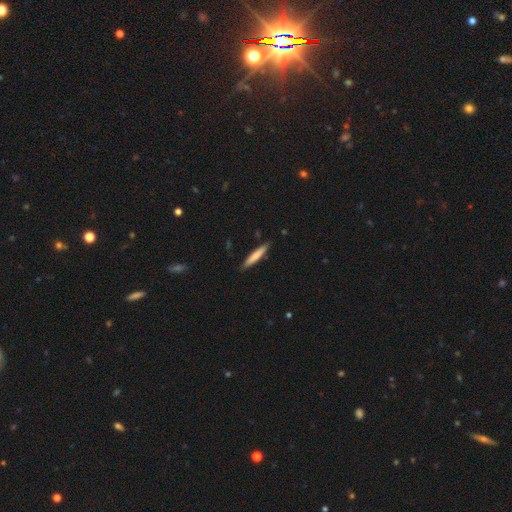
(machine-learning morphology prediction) Smooth or featured?
  - smooth: 73% *
  - featured or disk: 22%
  - star or artifact: 5%
How rounded?
  - cigar-shaped: 93% *
  - in between: 6%
  - round: 1%
Merging?
  - none: 88% *
  - minor disturbance: 9%
  - major disturbance: 2%
  - merger: 1%